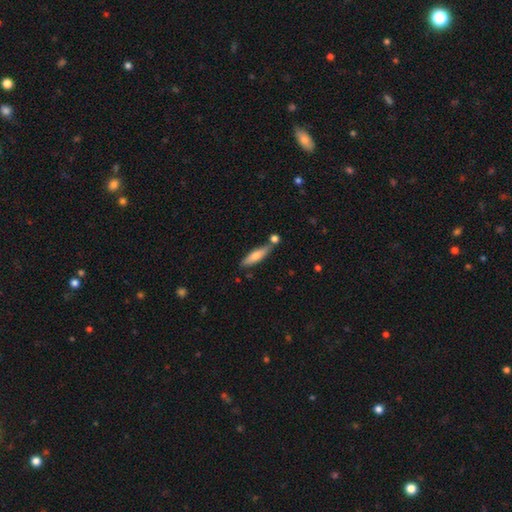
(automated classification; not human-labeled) The model was most divided on "smooth or featured": smooth: 66%, featured or disk: 28%, star or artifact: 6%. More confident: how rounded — cigar-shaped (72%); merging — none (69%).